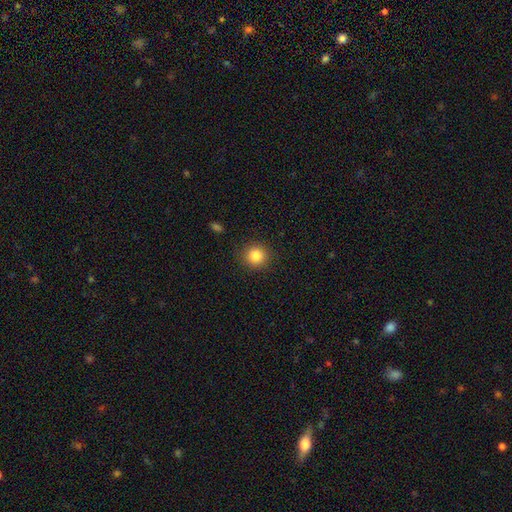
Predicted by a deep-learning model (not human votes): This is clearly a smooth galaxy (85%). How rounded: clearly round (92%). Merging: clearly none (90%).